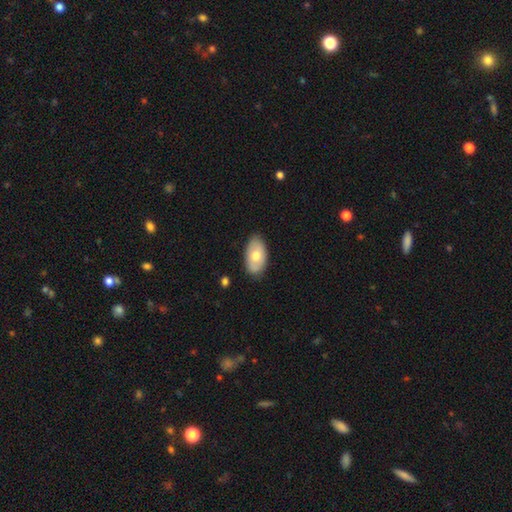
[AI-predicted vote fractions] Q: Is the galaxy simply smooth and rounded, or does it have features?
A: smooth — 66%.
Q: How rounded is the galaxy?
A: in between — 93%.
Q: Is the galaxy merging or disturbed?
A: none — 82%.